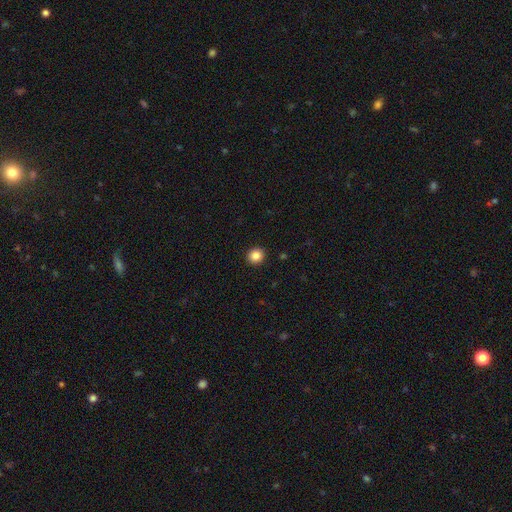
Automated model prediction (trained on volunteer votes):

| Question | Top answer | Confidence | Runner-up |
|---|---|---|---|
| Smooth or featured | smooth | 86% | star or artifact (10%) |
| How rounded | round | 86% | in between (13%) |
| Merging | none | 93% | minor disturbance (5%) |